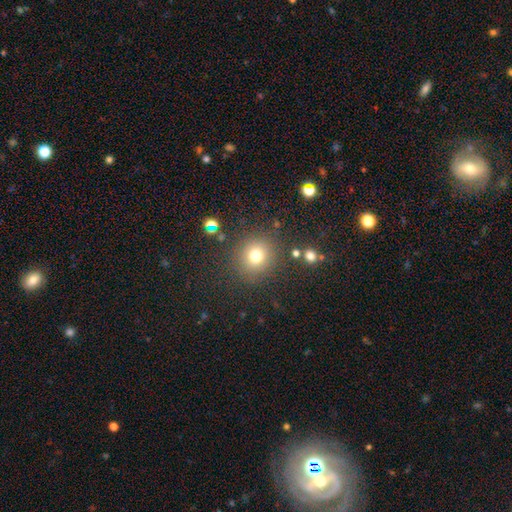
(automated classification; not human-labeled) smooth_or_featured: smooth (p=0.76) [alt: star or artifact p=0.16]
how_rounded: round (p=0.88) [alt: in between p=0.11]
merging: none (p=0.85) [alt: minor disturbance p=0.08]